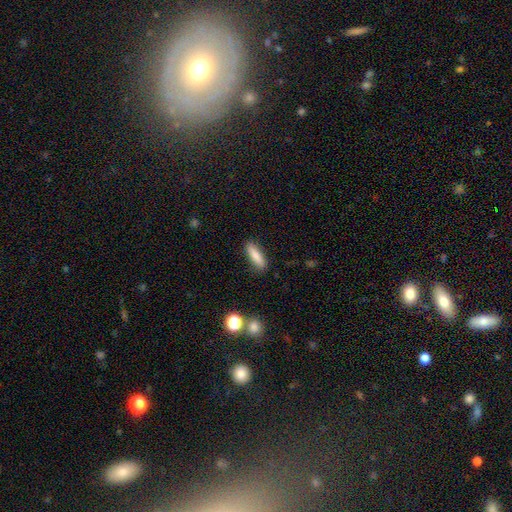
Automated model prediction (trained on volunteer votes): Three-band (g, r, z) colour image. It shows a smooth galaxy with no disk features (84%) that is cigar-shaped (56%). Merging: none (87%).